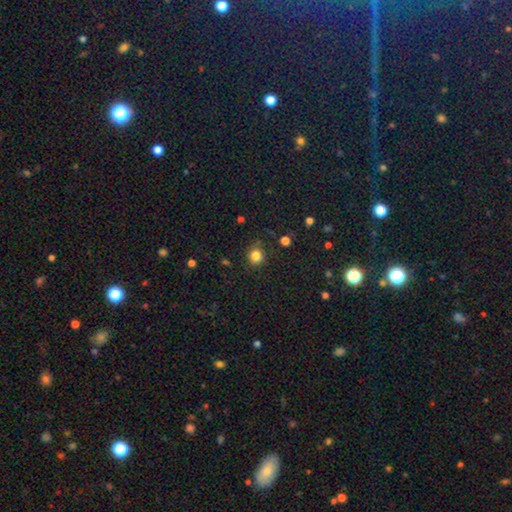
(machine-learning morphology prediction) smooth_or_featured: smooth (p=0.82) [alt: star or artifact p=0.13]
how_rounded: round (p=0.81) [alt: in between p=0.18]
merging: none (p=0.78) [alt: minor disturbance p=0.15]